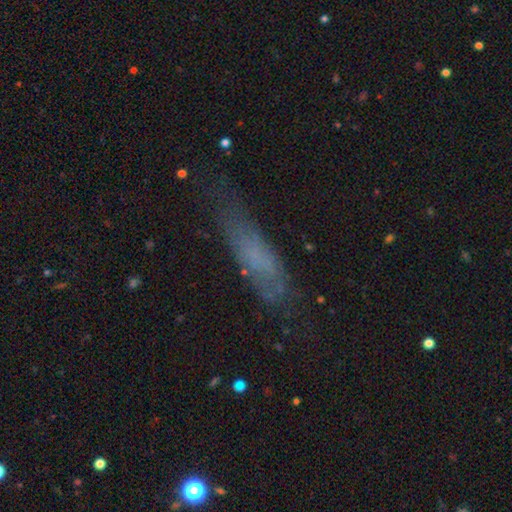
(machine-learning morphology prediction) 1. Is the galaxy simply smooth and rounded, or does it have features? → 56% smooth, 32% featured or disk, 12% star or artifact.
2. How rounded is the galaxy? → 66% cigar-shaped, 32% in between, 2% round.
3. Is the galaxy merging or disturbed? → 58% none, 26% minor disturbance, 14% major disturbance, 3% merger.